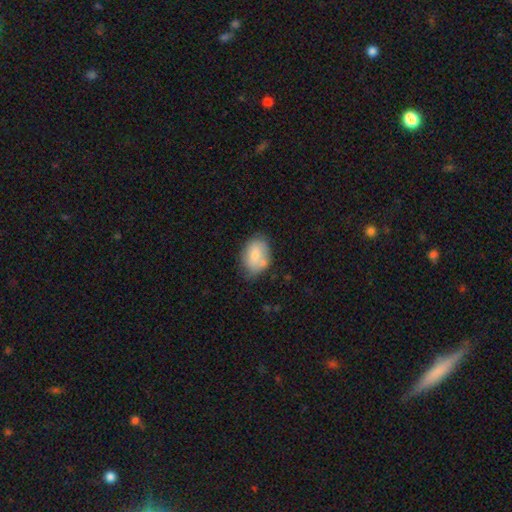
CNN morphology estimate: This is likely a smooth galaxy (75%). How rounded: likely in between (79%). Merging: possibly none (55%).